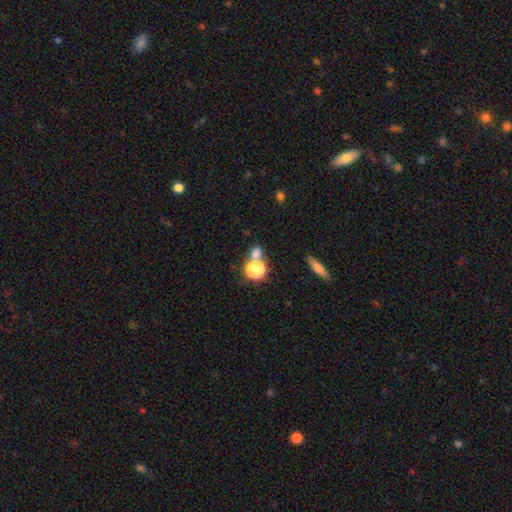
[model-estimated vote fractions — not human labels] Morphology: type=smooth (63%); roundness=round (76%); merging=none (59%).